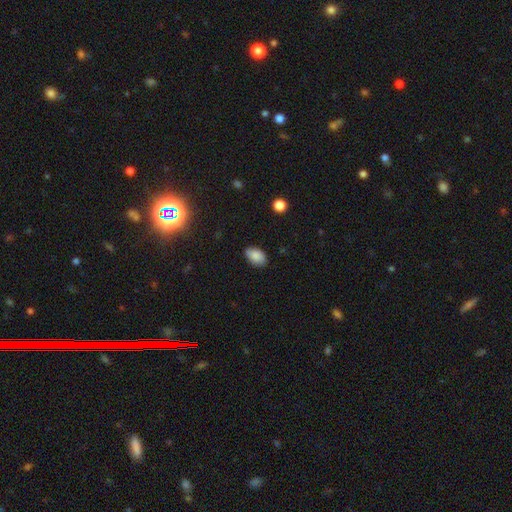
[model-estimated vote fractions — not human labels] Q: Smooth or featured?
A: smooth (84%); runner-up: star or artifact (9%)
Q: How rounded?
A: in between (90%); runner-up: round (9%)
Q: Merging?
A: none (79%); runner-up: minor disturbance (17%)